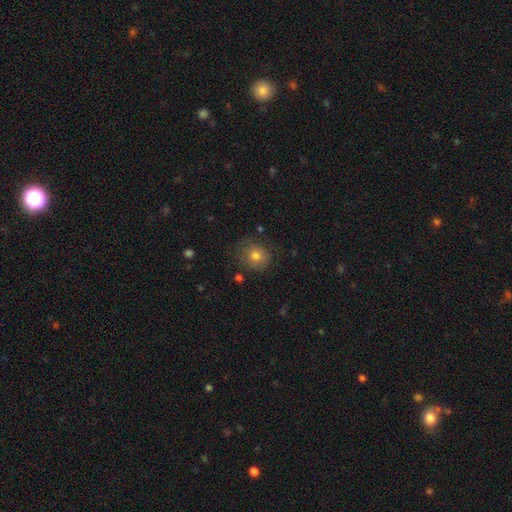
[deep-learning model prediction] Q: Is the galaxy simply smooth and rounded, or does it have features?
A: smooth — 73%.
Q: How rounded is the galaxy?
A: round — 78%.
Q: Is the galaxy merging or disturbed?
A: none — 73%.